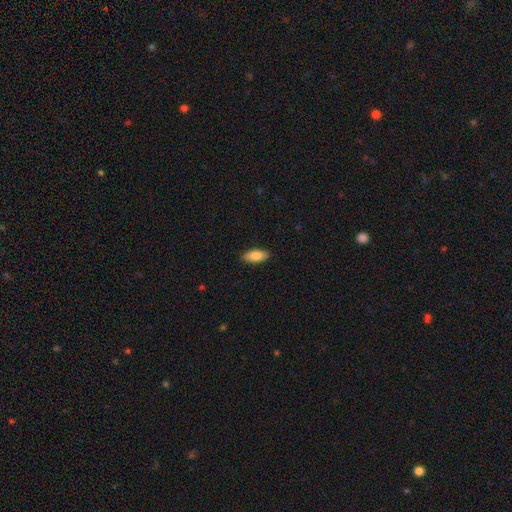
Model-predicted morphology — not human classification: type=smooth (84%); roundness=in between (82%); merging=none (88%).